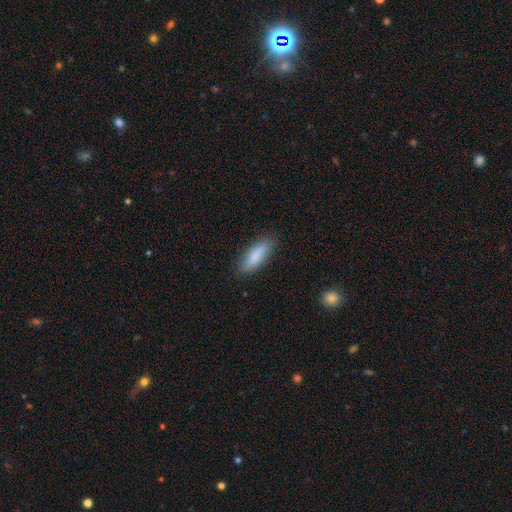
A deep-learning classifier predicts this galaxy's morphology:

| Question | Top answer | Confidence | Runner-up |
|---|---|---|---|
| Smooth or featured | smooth | 82% | featured or disk (12%) |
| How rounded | in between | 49% | tied: cigar-shaped (49%) |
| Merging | none | 82% | minor disturbance (14%) |